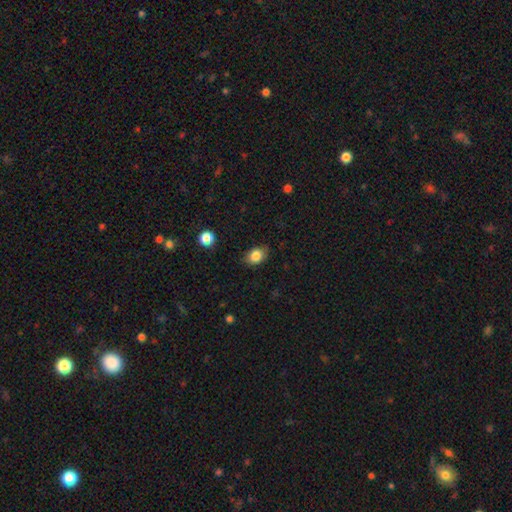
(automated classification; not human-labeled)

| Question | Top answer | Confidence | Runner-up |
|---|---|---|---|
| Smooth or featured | smooth | 85% | star or artifact (9%) |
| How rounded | in between | 69% | round (30%) |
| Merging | none | 81% | minor disturbance (14%) |